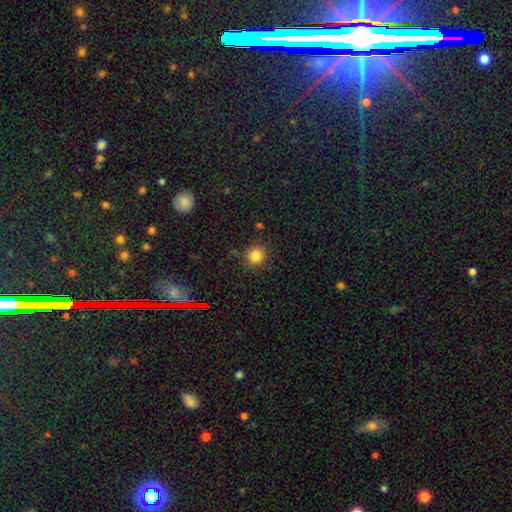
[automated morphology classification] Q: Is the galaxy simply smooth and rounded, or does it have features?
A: smooth — 83%.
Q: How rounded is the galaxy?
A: round — 89%.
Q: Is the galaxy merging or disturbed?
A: none — 87%.